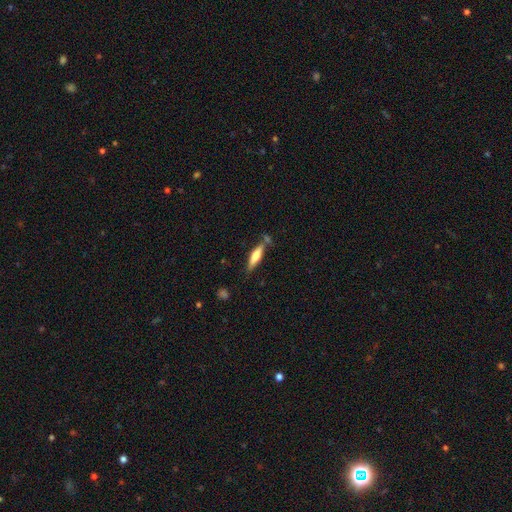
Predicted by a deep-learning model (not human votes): The model was most divided on "smooth or featured": smooth: 61%, featured or disk: 33%, star or artifact: 6%. More confident: how rounded — cigar-shaped (72%); merging — none (69%).